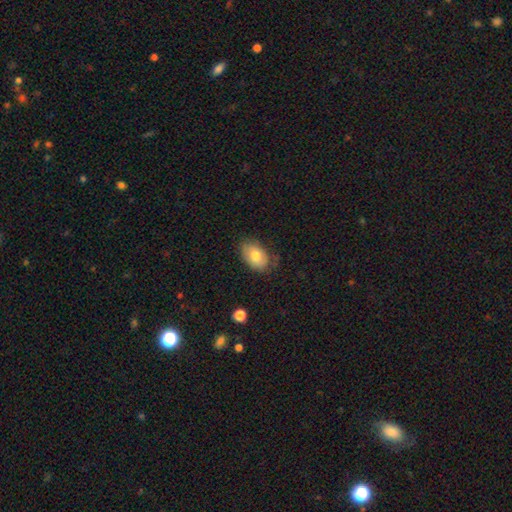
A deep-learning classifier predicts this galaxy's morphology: A smooth galaxy with no disk features (72%) that is in between round and cigar-shaped (86%).

Vote fractions:
- Smooth or featured? smooth: 72% / featured or disk: 20% / star or artifact: 8%
- How rounded? in between: 86% / round: 13% / cigar-shaped: 1%
- Merging? none: 70% / minor disturbance: 23% / major disturbance: 6% / merger: 2%